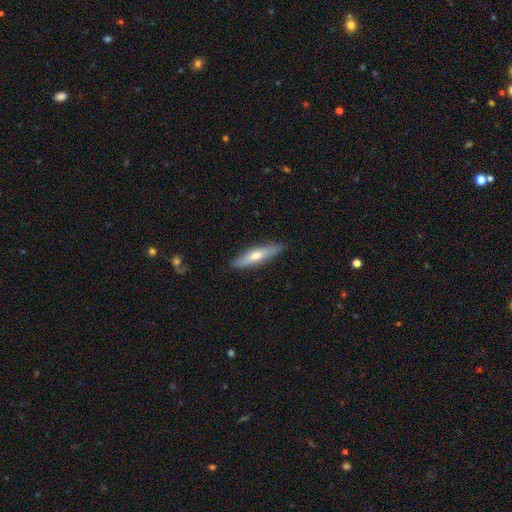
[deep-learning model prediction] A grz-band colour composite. It shows a smooth galaxy with no disk features (56%) that is cigar-shaped (78%). Merging: none (87%).